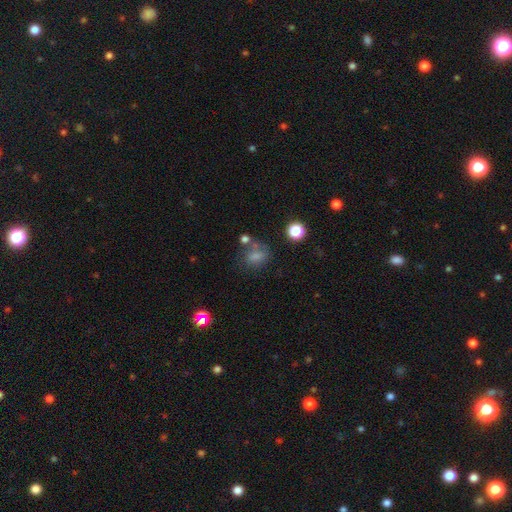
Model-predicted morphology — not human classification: Smooth or featured?
  - smooth: 71% *
  - star or artifact: 16%
  - featured or disk: 13%
How rounded?
  - in between: 52% *
  - round: 46%
  - cigar-shaped: 1%
Merging?
  - none: 52% *
  - minor disturbance: 20%
  - merger: 16%
  - major disturbance: 13%